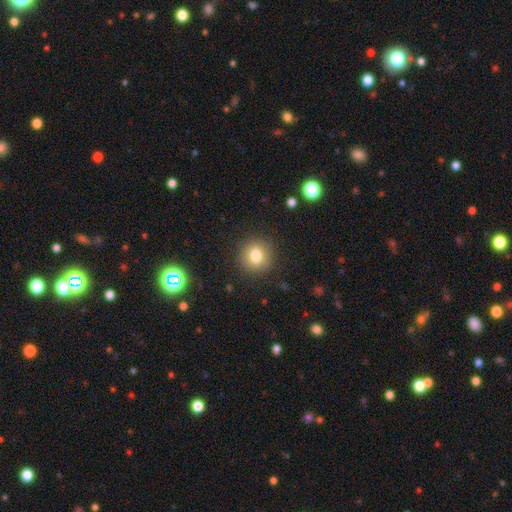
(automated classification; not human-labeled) A smooth galaxy with no disk features (80%) that is round (86%). Merging: none (87%).